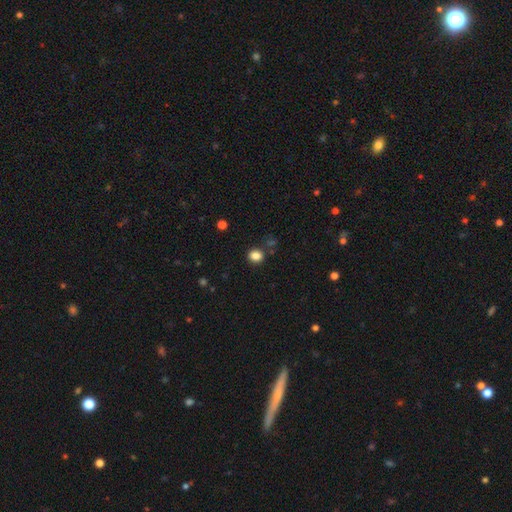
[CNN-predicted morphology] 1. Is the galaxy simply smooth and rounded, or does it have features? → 84% smooth, 12% star or artifact, 4% featured or disk.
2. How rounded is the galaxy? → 72% round, 27% in between, 1% cigar-shaped.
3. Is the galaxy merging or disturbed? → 83% none, 9% minor disturbance, 5% merger, 3% major disturbance.